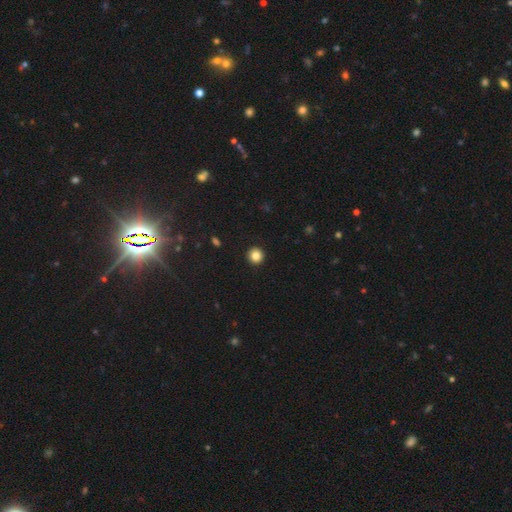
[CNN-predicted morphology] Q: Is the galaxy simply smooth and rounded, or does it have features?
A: smooth — 85%.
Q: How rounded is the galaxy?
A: round — 95%.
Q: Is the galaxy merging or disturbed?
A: none — 94%.